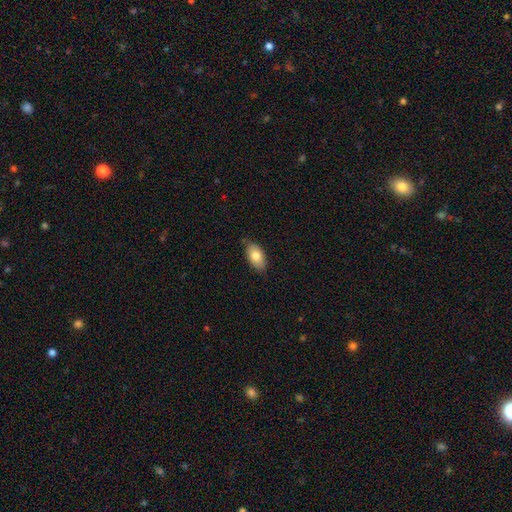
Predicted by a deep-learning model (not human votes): smooth 80%, featured or disk 13%, star or artifact 7%. Down the decision tree: how rounded — in between (93%); merging — none (81%).